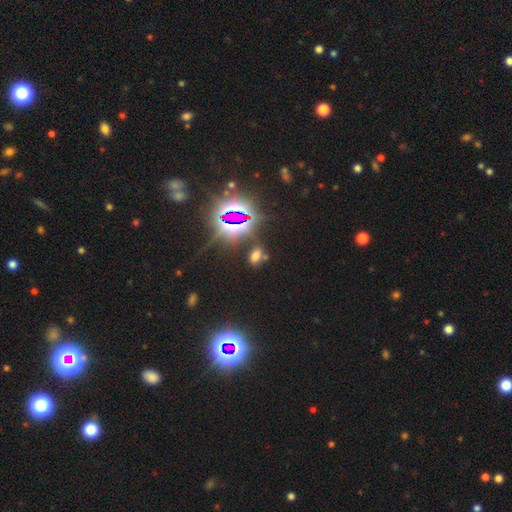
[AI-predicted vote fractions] Smooth or featured?
  - star or artifact: 46% *
  - smooth: 45%
  - featured or disk: 9%